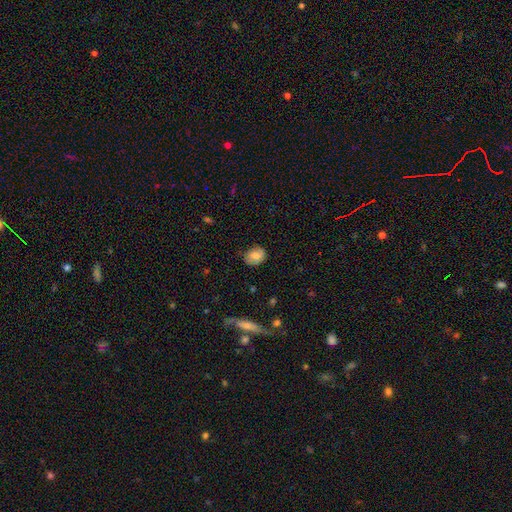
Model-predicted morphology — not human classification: A smooth galaxy with no disk features (66%) that is in between round and cigar-shaped (52%). Merging: none (72%).